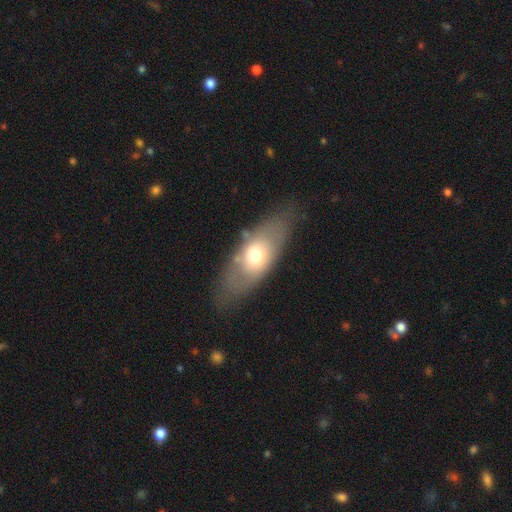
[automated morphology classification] Smooth or featured: smooth — 57% (featured or disk — 35%)
How rounded: in between — 79% (cigar-shaped — 15%)
Merging: none — 68% (minor disturbance — 18%)